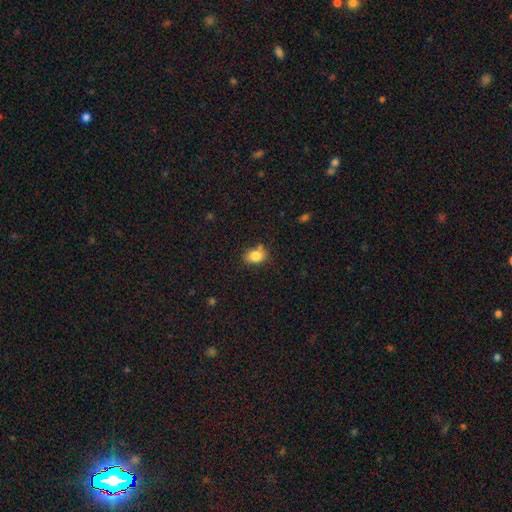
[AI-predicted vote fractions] Smooth or featured: smooth — 84% (star or artifact — 9%)
How rounded: in between — 73% (round — 25%)
Merging: none — 69% (minor disturbance — 18%)